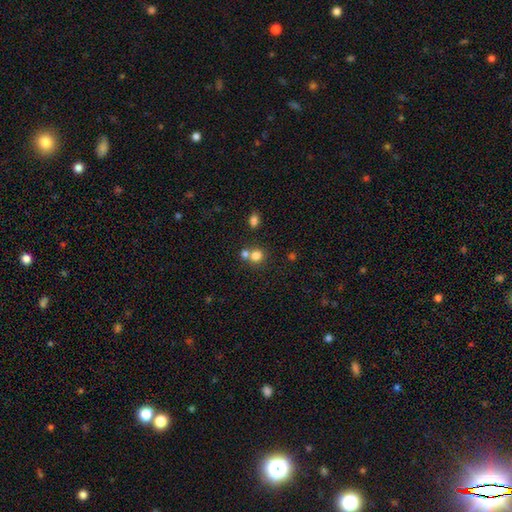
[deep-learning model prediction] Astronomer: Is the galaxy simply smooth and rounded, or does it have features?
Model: smooth — 78%.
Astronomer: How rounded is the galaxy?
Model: round — 84%.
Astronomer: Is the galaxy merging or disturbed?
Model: none — 52% (runner-up: merger, 38%).